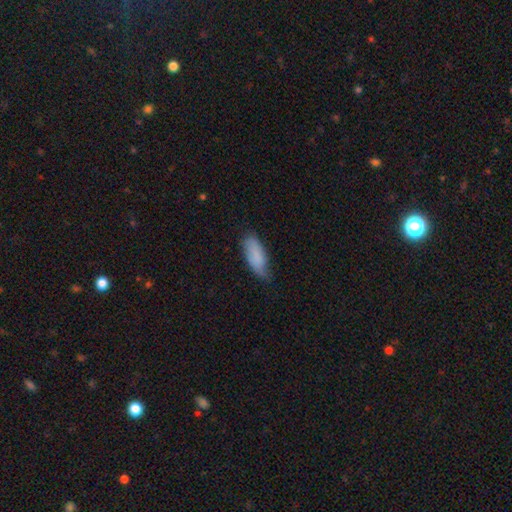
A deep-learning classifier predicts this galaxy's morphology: Smooth or featured? smooth (82%)
How rounded? in between (77%)
Merging? none (62%)